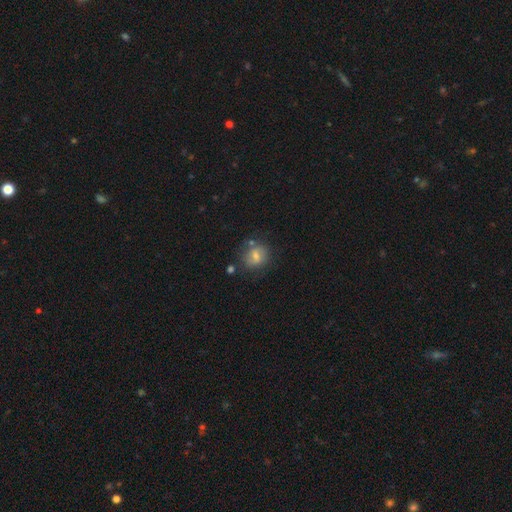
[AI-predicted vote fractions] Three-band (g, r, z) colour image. It shows a smooth galaxy with no disk features (67%) that is round (70%). Merging: none (67%).